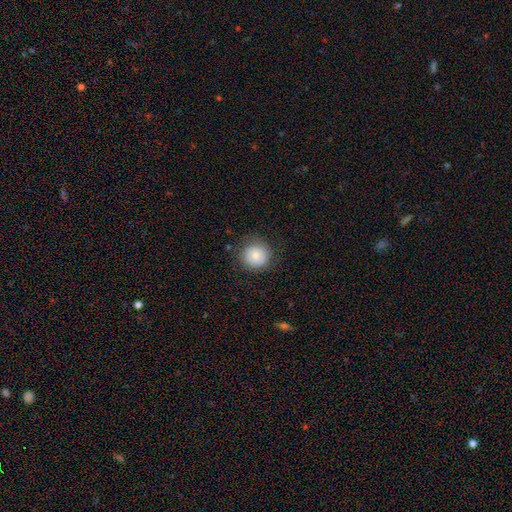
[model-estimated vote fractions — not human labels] smooth_or_featured: smooth (p=0.84) [alt: star or artifact p=0.08]
how_rounded: round (p=0.93) [alt: in between p=0.07]
merging: none (p=0.83) [alt: minor disturbance p=0.12]